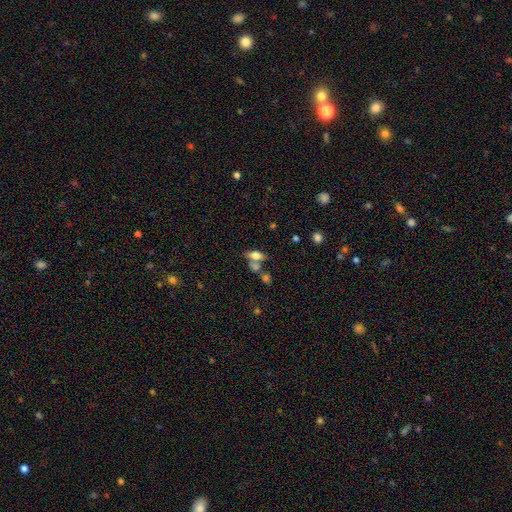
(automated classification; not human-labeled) Overall: smooth (60%; featured or disk 29%). How rounded: in between (76%). Merging: none (51%; merger 30%).